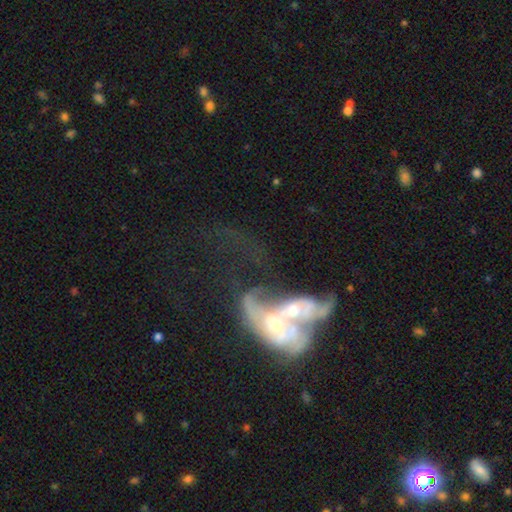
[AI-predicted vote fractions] A featured or disk galaxy (73%) with no bar (72%), spiral arms (61%) and a moderate central bulge (45%).

Vote fractions:
- Smooth or featured? featured or disk: 73% / smooth: 16% / star or artifact: 11%
- Edge-on disk? no: 94% / yes: 6%
- Bar? no: 72% / weak: 21% / strong: 7%
- Spiral arms? yes: 61% / no: 39%
- Bulge size? moderate: 45% / small: 40% / none: 9% / large: 4% / dominant: 2%
- Merging? merger: 74% / major disturbance: 15% / none: 7% / minor disturbance: 4%